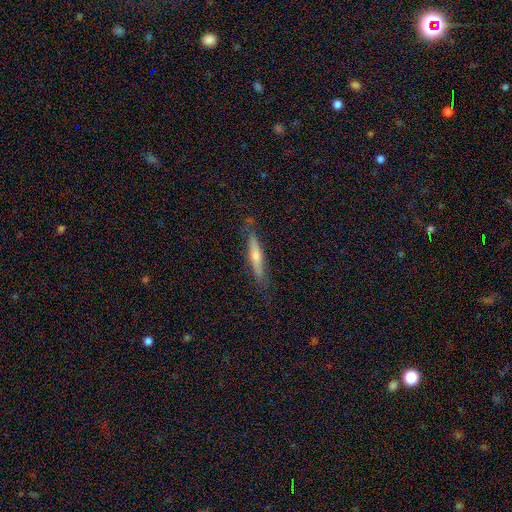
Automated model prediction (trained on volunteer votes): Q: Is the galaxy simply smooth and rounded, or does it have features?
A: featured or disk — 63%.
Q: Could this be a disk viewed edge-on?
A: yes — 93%.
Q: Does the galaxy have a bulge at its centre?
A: rounded — 74%.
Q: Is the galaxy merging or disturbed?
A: none — 83%.